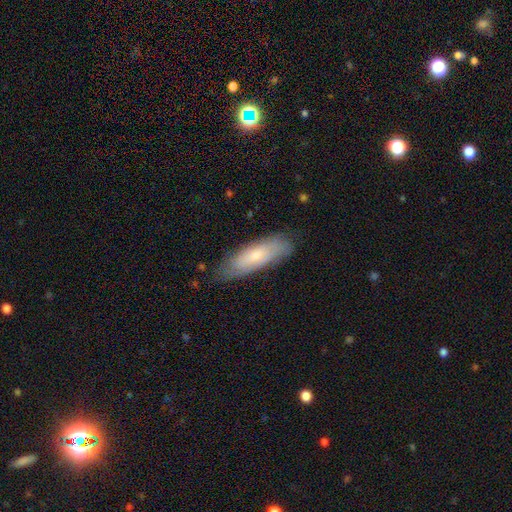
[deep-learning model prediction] A smooth galaxy with no disk features (57%) that is cigar-shaped (50%).

Vote fractions:
- Smooth or featured? smooth: 57% / featured or disk: 36% / star or artifact: 6%
- How rounded? cigar-shaped: 50% / in between: 48% / round: 2%
- Merging? none: 75% / minor disturbance: 20% / major disturbance: 4% / merger: 1%